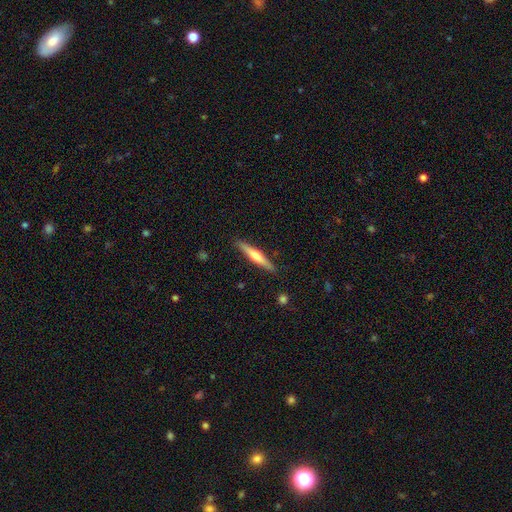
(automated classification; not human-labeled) Smooth or featured? Predicted: featured or disk (p=0.52). Edge-on disk? Predicted: yes (p=0.96). Merging? Predicted: none (p=0.89).